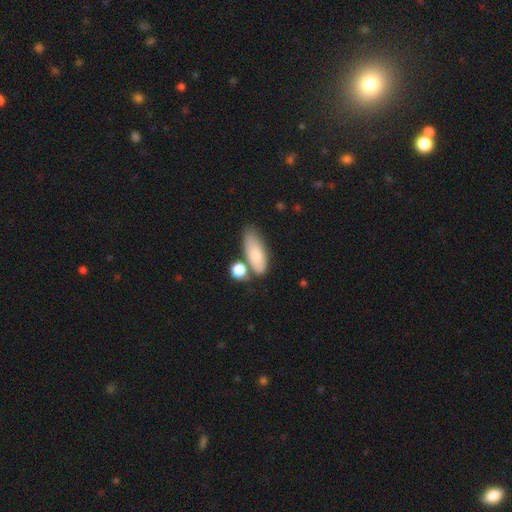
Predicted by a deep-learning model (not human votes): This is likely a smooth galaxy (78%). How rounded: likely in between (74%). Merging: possibly none (57%).